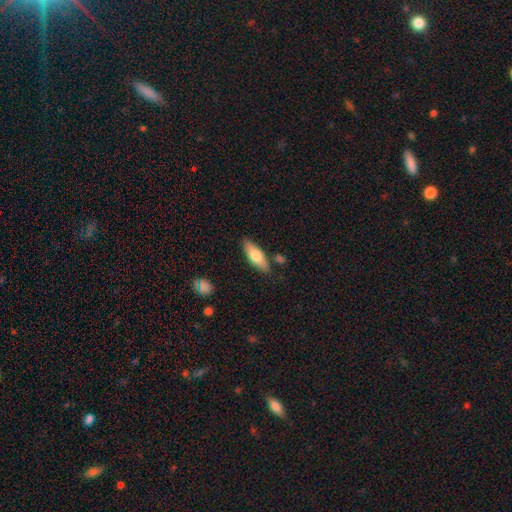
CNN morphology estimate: This appears to be a smooth galaxy with no disk features (68%) that is in between round and cigar-shaped (64%). Merging: none (82%).